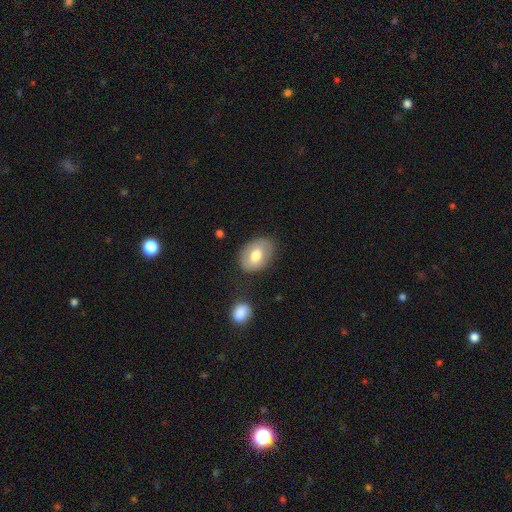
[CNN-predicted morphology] This appears to be a smooth galaxy with no disk features (65%) that is in between round and cigar-shaped (82%). Merging: none (74%).